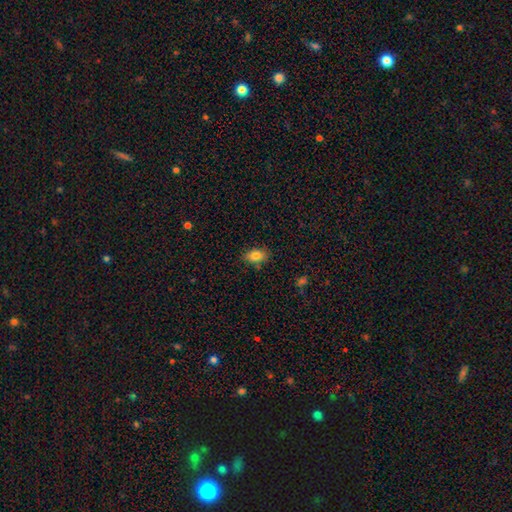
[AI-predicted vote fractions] Smooth or featured? Predicted: smooth (p=0.83). How rounded? Predicted: in between (p=0.85). Merging? Predicted: none (p=0.81).